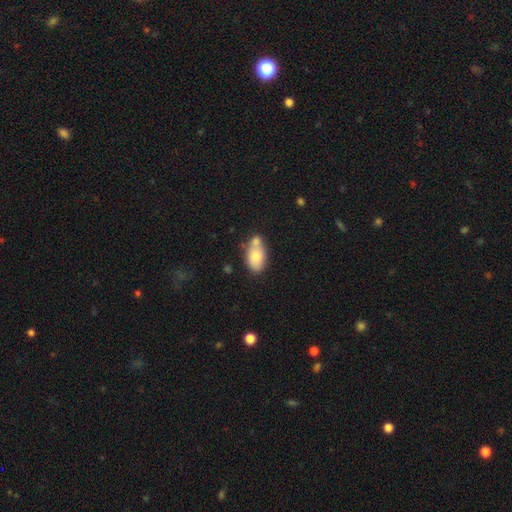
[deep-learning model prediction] smooth-or-featured: smooth: 74% | featured or disk: 18% | star or artifact: 7%
  how-rounded: in between: 90% | round: 8% | cigar-shaped: 2%
  merging: none: 45% | merger: 34% | minor disturbance: 16% | major disturbance: 4%